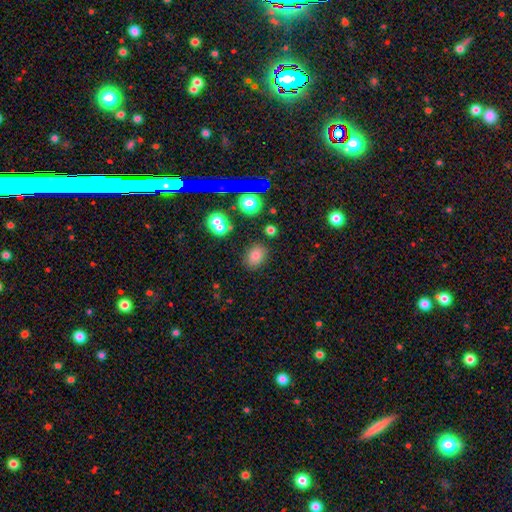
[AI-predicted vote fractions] This is likely a smooth galaxy (77%). How rounded: likely in between (65%). Merging: clearly none (81%).